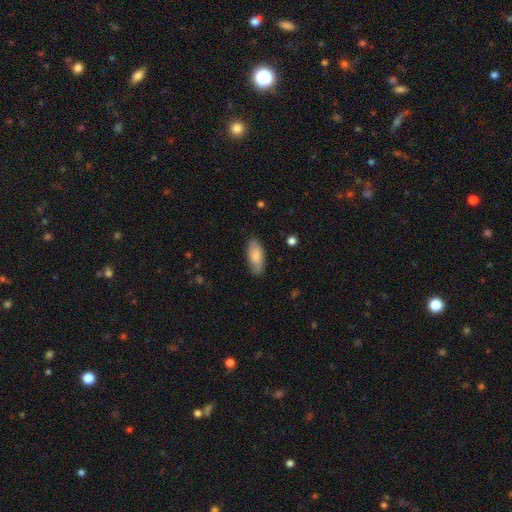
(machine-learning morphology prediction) smooth 80%, featured or disk 14%, star or artifact 6%. Down the decision tree: how rounded — in between (86%); merging — none (81%).